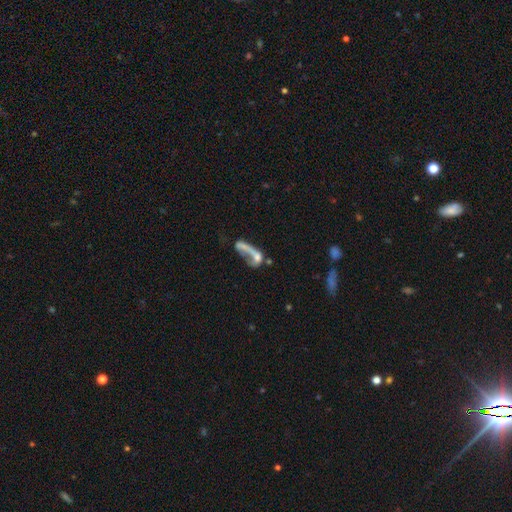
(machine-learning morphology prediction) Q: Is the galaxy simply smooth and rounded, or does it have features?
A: featured or disk — 45%.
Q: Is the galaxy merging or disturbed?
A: major disturbance — 41%.